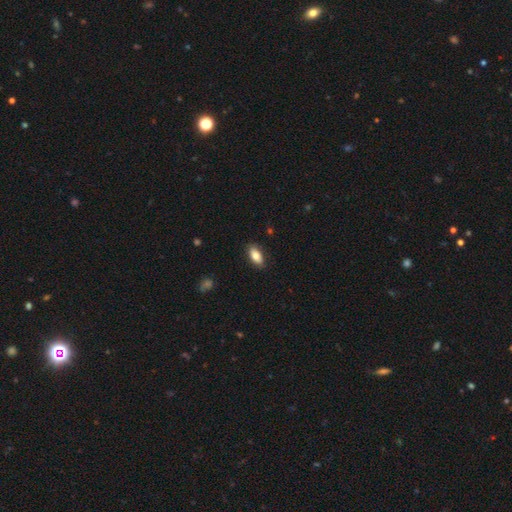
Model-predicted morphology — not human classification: smooth 80%, featured or disk 14%, star or artifact 7%. Down the decision tree: how rounded — in between (90%); merging — none (86%).